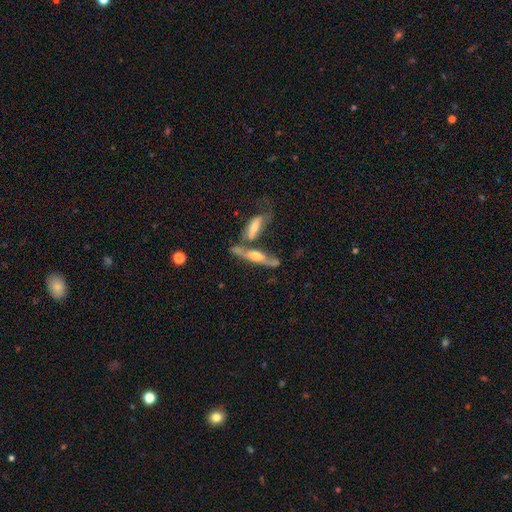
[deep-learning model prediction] A featured or disk galaxy (67%) viewed edge-on (82%) with a rounded central bulge (82%).

Vote fractions:
- Smooth or featured? featured or disk: 67% / smooth: 25% / star or artifact: 7%
- Edge-on disk? yes: 82% / no: 18%
- Edge-on bulge? rounded: 82% / boxy: 12% / none: 6%
- Merging? none: 44% / merger: 37% / minor disturbance: 13% / major disturbance: 7%